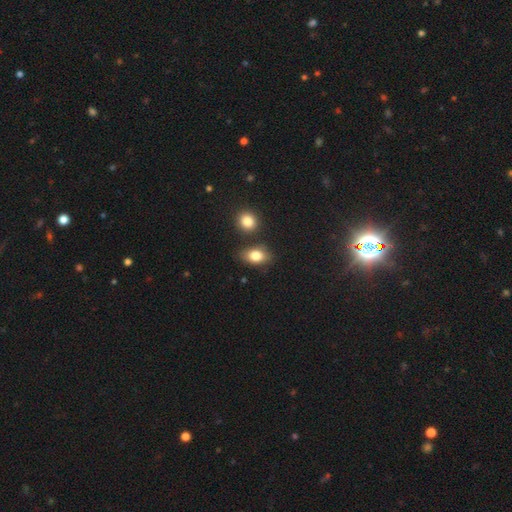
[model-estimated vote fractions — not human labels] A smooth galaxy with no disk features (82%) that is in between round and cigar-shaped (82%). Merging: none (73%).